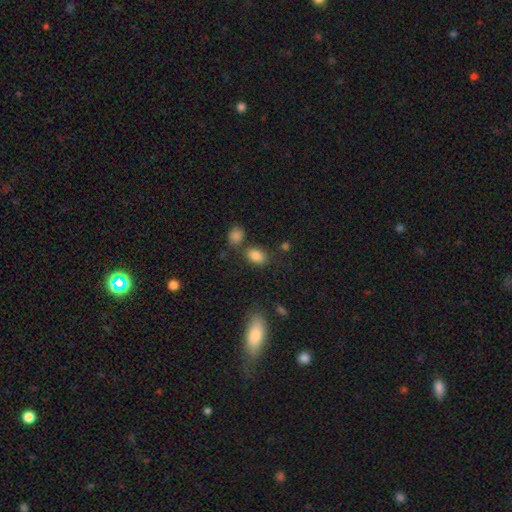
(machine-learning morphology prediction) smooth 85%, star or artifact 10%, featured or disk 5%. Down the decision tree: how rounded — in between (81%); merging — none (69%).